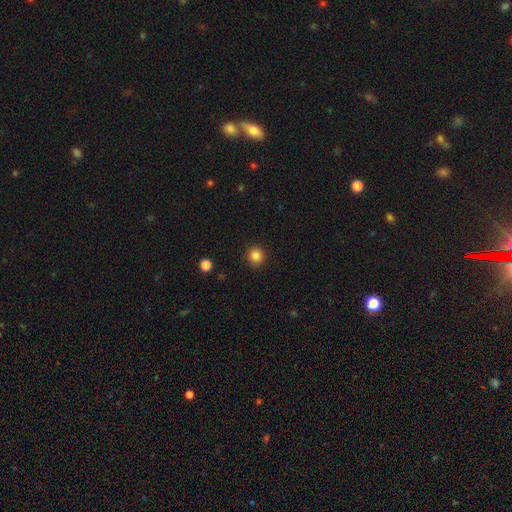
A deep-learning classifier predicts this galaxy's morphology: This appears to be a smooth galaxy with no disk features (85%) that is round (92%). Merging: none (91%).